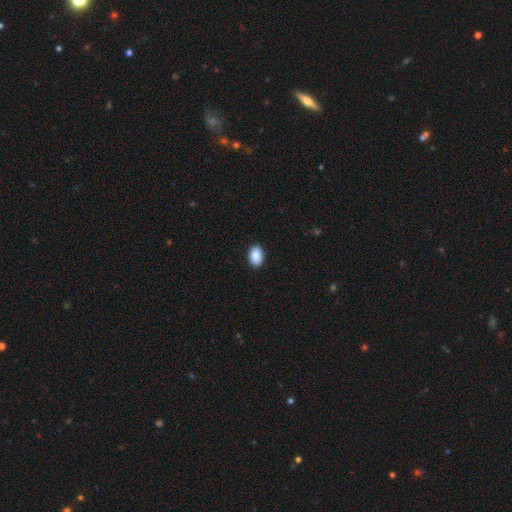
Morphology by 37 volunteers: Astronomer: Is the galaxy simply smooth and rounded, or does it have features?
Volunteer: smooth — 86%.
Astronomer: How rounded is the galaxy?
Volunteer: in between — 81%.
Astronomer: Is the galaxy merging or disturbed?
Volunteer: none — 94%.